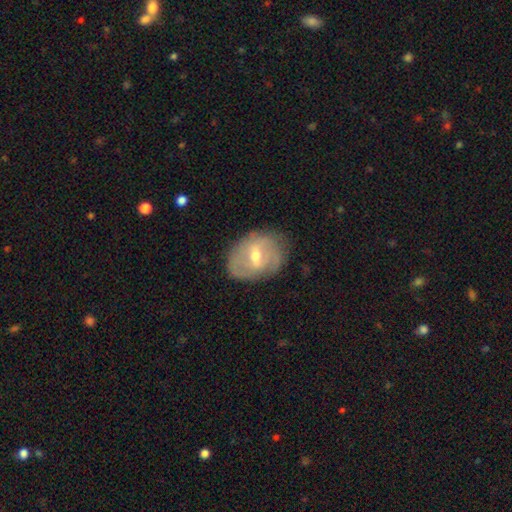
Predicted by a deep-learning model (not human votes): smooth_or_featured: featured or disk (p=0.66) [alt: smooth p=0.27]
disk_edge_on: no (p=0.94) [alt: yes p=0.06]
bar: weak (p=0.53) [alt: strong p=0.25]
has_spiral_arms: yes (p=0.68) [alt: no p=0.32]
bulge_size: moderate (p=0.61) [alt: small p=0.35]
merging: none (p=0.72) [alt: minor disturbance p=0.21]